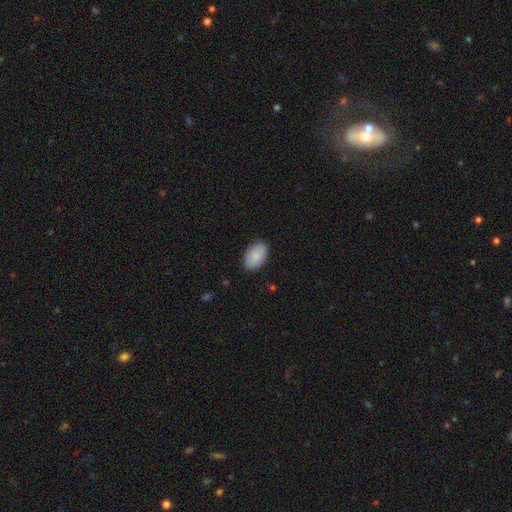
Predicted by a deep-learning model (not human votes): Smooth or featured?
  - smooth: 86% *
  - featured or disk: 8%
  - star or artifact: 6%
How rounded?
  - in between: 92% *
  - round: 7%
  - cigar-shaped: 1%
Merging?
  - none: 87% *
  - minor disturbance: 10%
  - major disturbance: 2%
  - merger: 1%